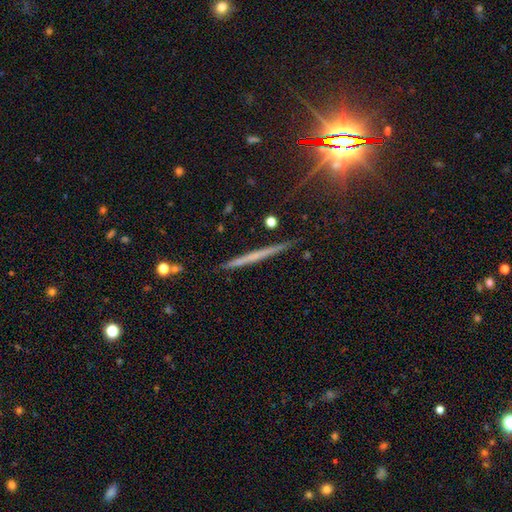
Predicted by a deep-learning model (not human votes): This is possibly a featured or disk galaxy (48%). Merging: clearly none (89%).